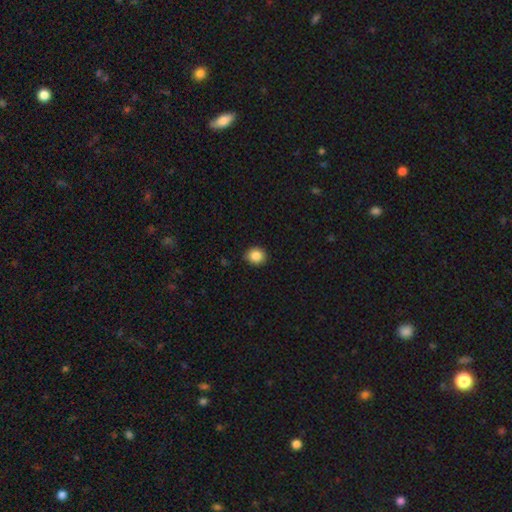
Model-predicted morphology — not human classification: type=smooth (87%); roundness=round (82%); merging=none (88%).